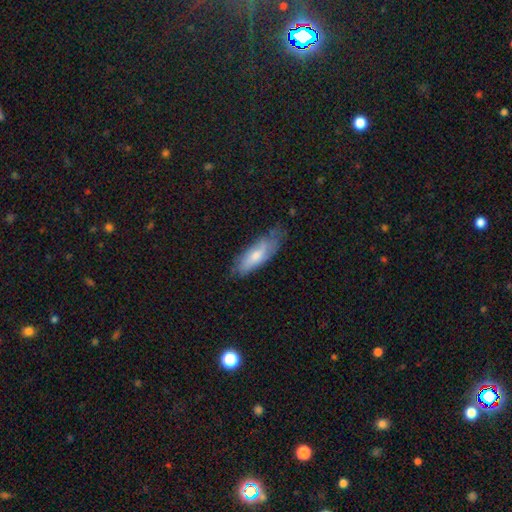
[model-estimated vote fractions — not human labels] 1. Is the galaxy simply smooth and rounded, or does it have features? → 63% smooth, 31% featured or disk, 6% star or artifact.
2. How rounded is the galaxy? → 56% in between, 42% cigar-shaped, 2% round.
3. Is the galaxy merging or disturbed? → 61% none, 30% minor disturbance, 8% major disturbance, 2% merger.